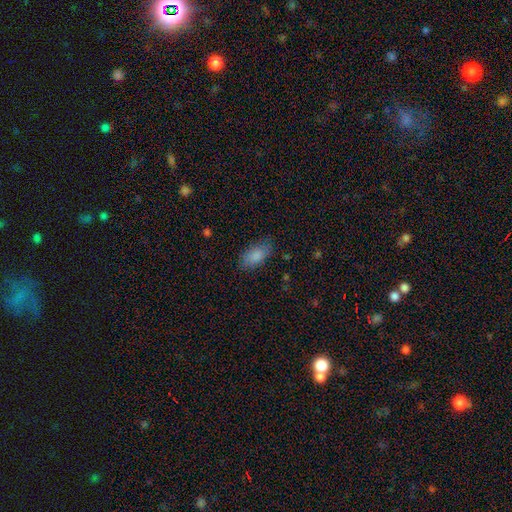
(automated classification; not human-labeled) This is clearly a smooth galaxy (86%). How rounded: clearly in between (92%). Merging: likely none (79%).